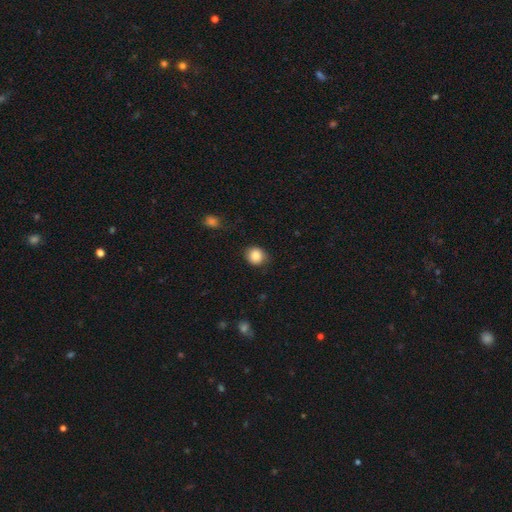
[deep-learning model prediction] Smooth or featured?
  - smooth: 86% *
  - star or artifact: 9%
  - featured or disk: 5%
How rounded?
  - round: 75% *
  - in between: 24%
  - cigar-shaped: 1%
Merging?
  - none: 82% *
  - minor disturbance: 14%
  - major disturbance: 3%
  - merger: 1%